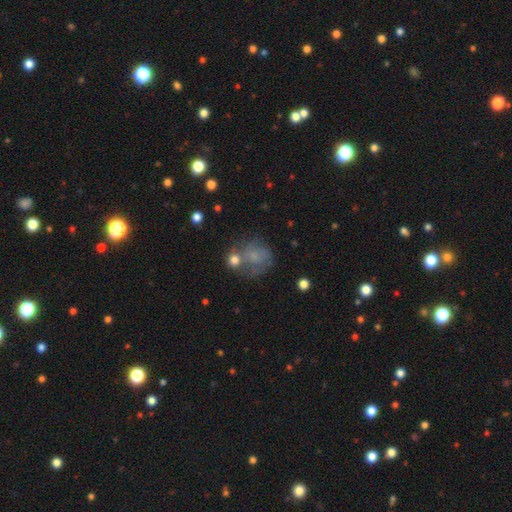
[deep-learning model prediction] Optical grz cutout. It shows a smooth galaxy with no disk features (56%) that is round (72%). Merging: none (38%).